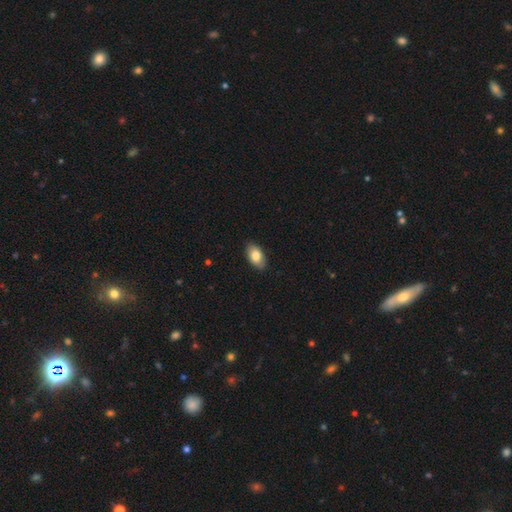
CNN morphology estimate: This is clearly a smooth galaxy (83%). How rounded: clearly in between (93%). Merging: clearly none (87%).